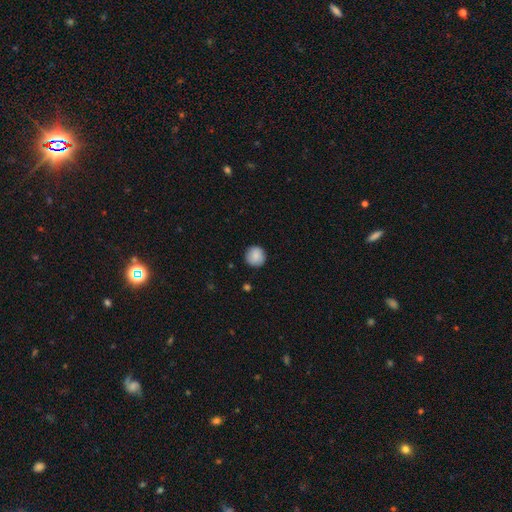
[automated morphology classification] This is clearly a smooth galaxy (87%). How rounded: clearly round (94%). Merging: clearly none (88%).